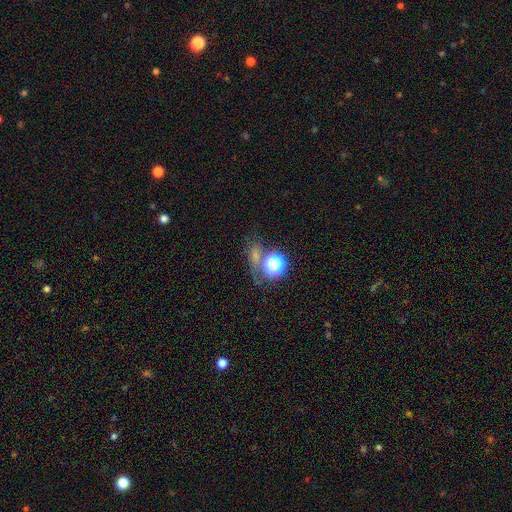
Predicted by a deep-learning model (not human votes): Q: Smooth or featured?
A: star or artifact (44%); runner-up: smooth (41%)